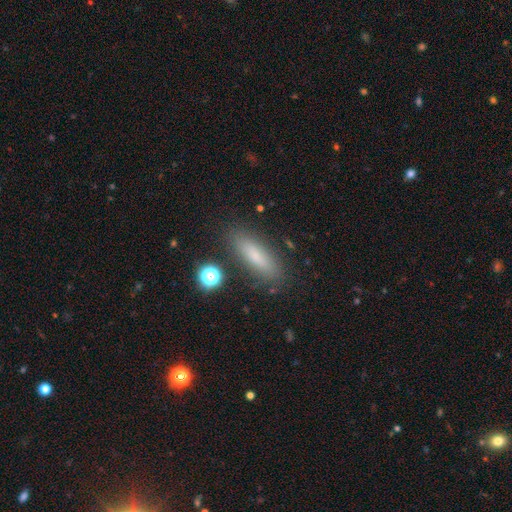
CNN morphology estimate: Q: Smooth or featured?
A: smooth (73%); runner-up: featured or disk (17%)
Q: How rounded?
A: cigar-shaped (59%); runner-up: in between (38%)
Q: Merging?
A: none (84%); runner-up: minor disturbance (10%)